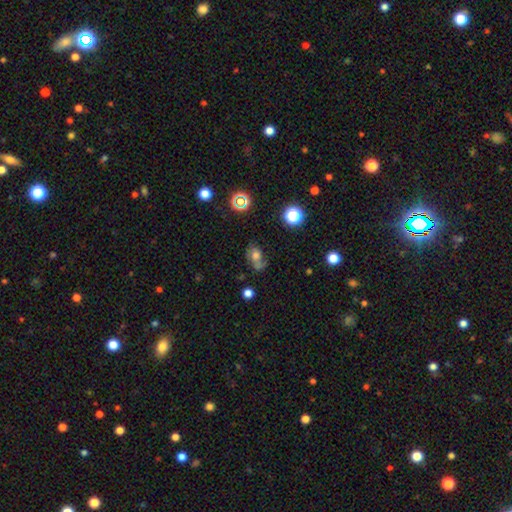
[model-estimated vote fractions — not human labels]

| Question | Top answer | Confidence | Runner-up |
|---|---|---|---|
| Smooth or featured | smooth | 52% | featured or disk (30%) |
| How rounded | in between | 62% | round (36%) |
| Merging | none | 37% | major disturbance (26%) |